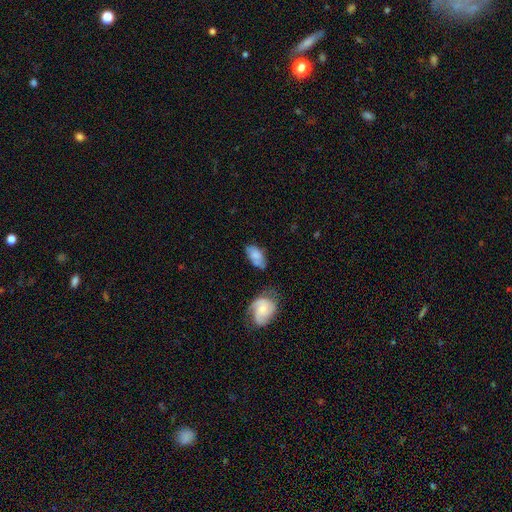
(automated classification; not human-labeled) A smooth galaxy with no disk features (65%) that is in between round and cigar-shaped (91%).

Vote fractions:
- Smooth or featured? smooth: 65% / featured or disk: 28% / star or artifact: 7%
- How rounded? in between: 91% / round: 5% / cigar-shaped: 4%
- Merging? none: 52% / minor disturbance: 28% / major disturbance: 10% / merger: 10%